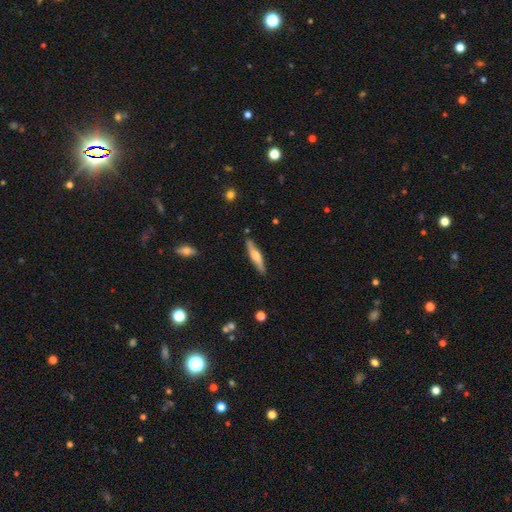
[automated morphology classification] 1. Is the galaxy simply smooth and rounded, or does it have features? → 48% smooth, 47% featured or disk, 6% star or artifact.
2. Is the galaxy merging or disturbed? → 86% none, 11% minor disturbance, 2% major disturbance, 2% merger.